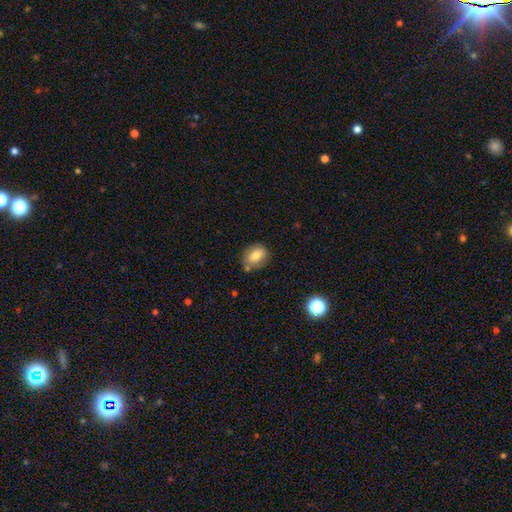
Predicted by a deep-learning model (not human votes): A smooth galaxy with no disk features (77%) that is in between round and cigar-shaped (53%). Merging: none (74%).